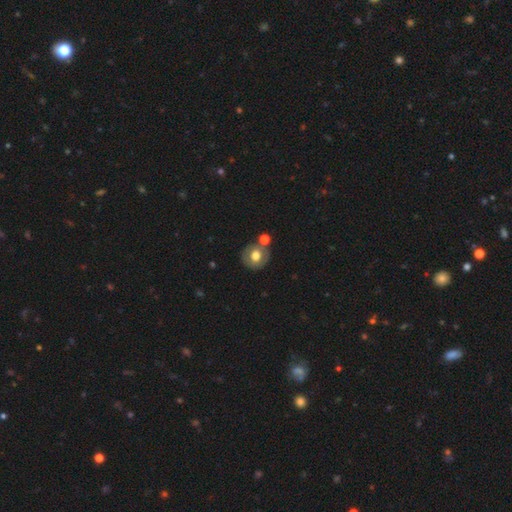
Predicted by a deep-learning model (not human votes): A smooth galaxy with no disk features (60%) that is round (81%).

Vote fractions:
- Smooth or featured? smooth: 60% / featured or disk: 31% / star or artifact: 8%
- How rounded? round: 81% / in between: 18% / cigar-shaped: 1%
- Merging? none: 70% / merger: 14% / minor disturbance: 12% / major disturbance: 4%